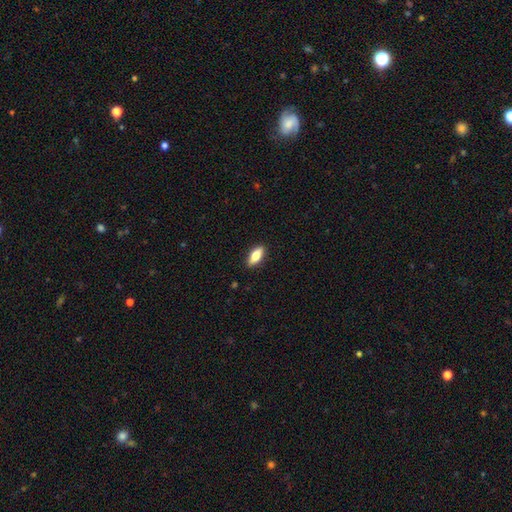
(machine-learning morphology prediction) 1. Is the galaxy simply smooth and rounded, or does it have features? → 75% smooth, 18% featured or disk, 6% star or artifact.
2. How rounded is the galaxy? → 78% in between, 19% cigar-shaped, 3% round.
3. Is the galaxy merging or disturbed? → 89% none, 9% minor disturbance, 2% major disturbance, 1% merger.